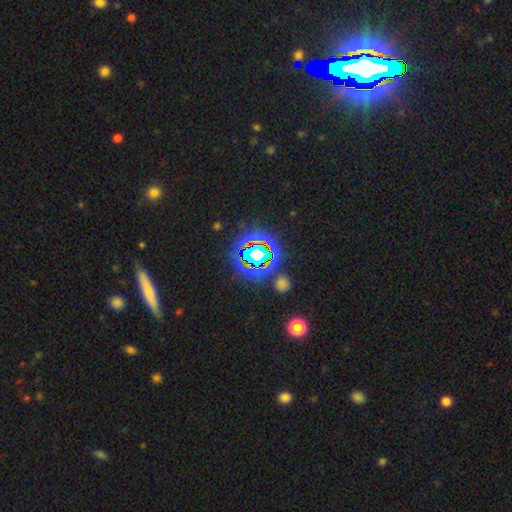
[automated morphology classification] star or artifact 72%, smooth 16%, featured or disk 12%.